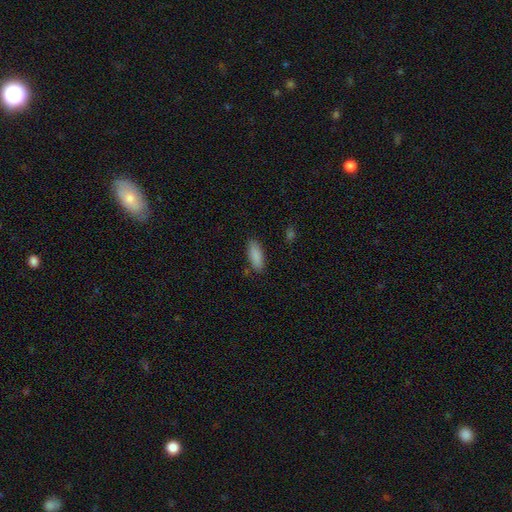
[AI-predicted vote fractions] Smooth or featured? smooth (88%)
How rounded? in between (74%)
Merging? none (84%)